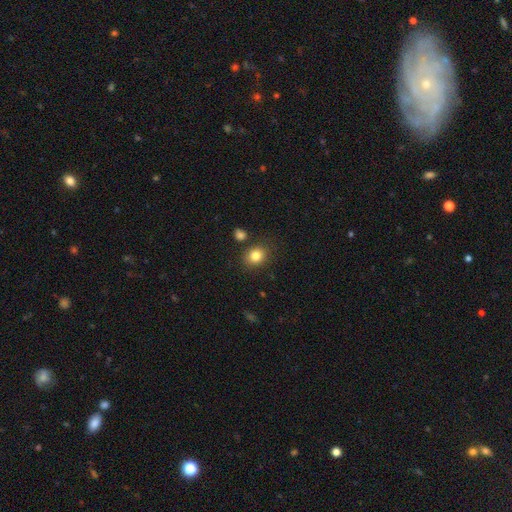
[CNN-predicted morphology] Q: Smooth or featured?
A: smooth (82%); runner-up: star or artifact (11%)
Q: How rounded?
A: round (63%); runner-up: in between (36%)
Q: Merging?
A: none (81%); runner-up: minor disturbance (10%)